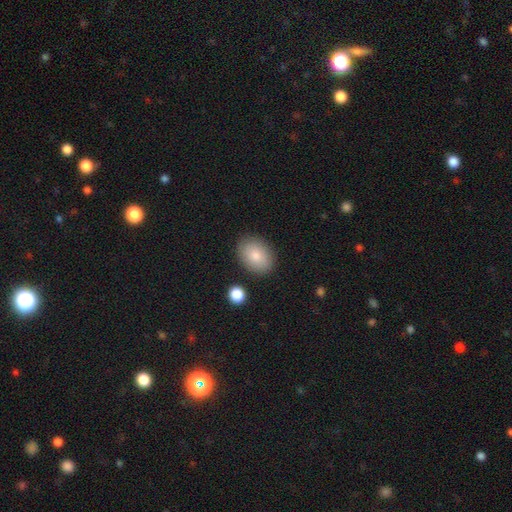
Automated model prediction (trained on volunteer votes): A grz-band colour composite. It shows a smooth galaxy with no disk features (84%) that is in between round and cigar-shaped (76%). Merging: none (86%).